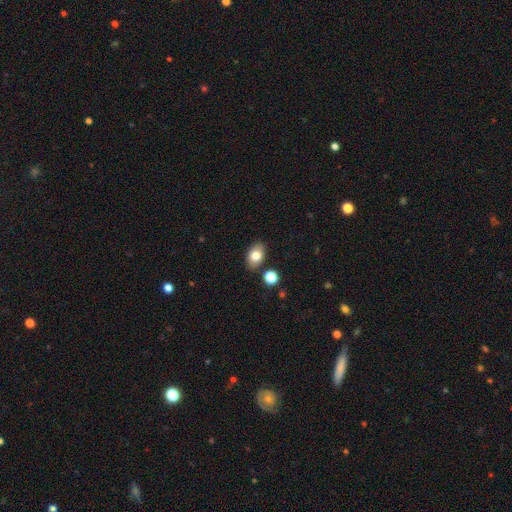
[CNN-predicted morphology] Q: Smooth or featured?
A: smooth (80%); runner-up: featured or disk (11%)
Q: How rounded?
A: in between (85%); runner-up: round (13%)
Q: Merging?
A: none (82%); runner-up: minor disturbance (10%)